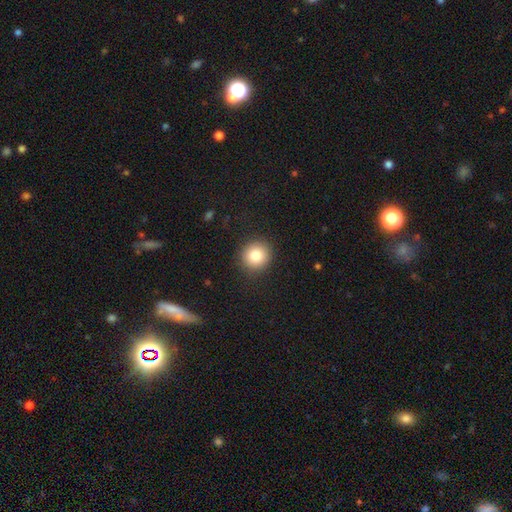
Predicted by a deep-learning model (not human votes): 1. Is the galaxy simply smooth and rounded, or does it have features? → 83% smooth, 10% star or artifact, 7% featured or disk.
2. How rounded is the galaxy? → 90% round, 9% in between, 1% cigar-shaped.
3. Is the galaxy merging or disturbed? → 90% none, 6% minor disturbance, 2% major disturbance, 1% merger.